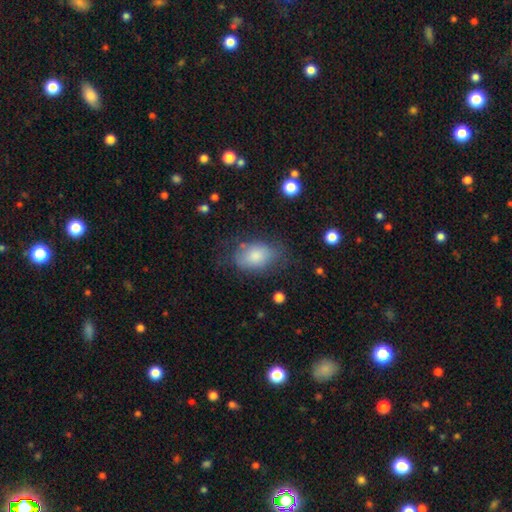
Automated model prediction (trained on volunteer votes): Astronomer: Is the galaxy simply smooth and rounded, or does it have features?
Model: smooth — 79%.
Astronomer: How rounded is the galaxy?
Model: in between — 83%.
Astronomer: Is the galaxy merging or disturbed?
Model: none — 58%.